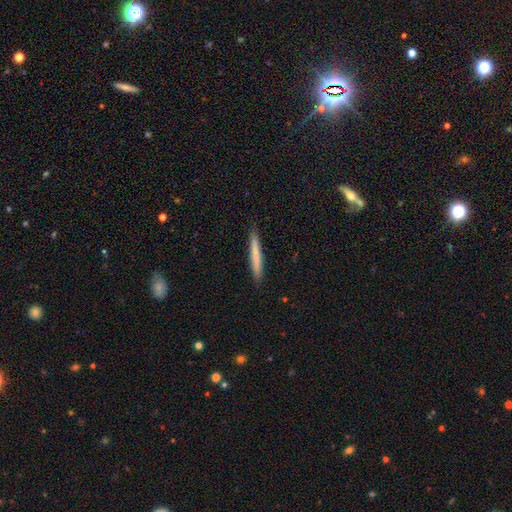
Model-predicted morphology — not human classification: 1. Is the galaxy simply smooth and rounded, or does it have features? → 71% smooth, 23% featured or disk, 6% star or artifact.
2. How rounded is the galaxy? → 97% cigar-shaped, 2% in between, 1% round.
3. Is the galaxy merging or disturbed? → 91% none, 7% minor disturbance, 1% major disturbance, 1% merger.